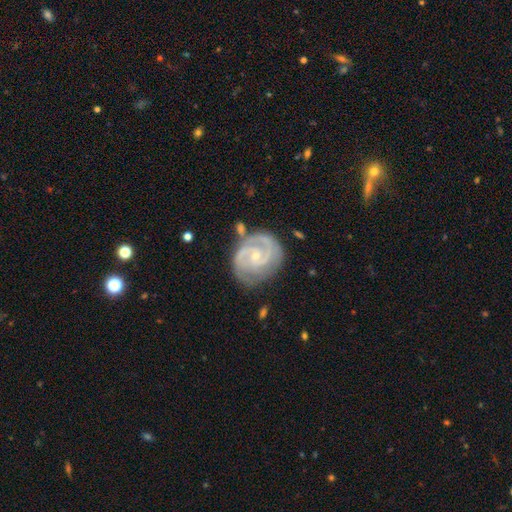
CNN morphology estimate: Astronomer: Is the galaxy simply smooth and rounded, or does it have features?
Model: featured or disk — 90%.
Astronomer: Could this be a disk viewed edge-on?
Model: no — 98%.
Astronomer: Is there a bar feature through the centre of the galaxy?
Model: no — 55% (runner-up: weak, 37%).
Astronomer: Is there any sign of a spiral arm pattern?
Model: yes — 98%.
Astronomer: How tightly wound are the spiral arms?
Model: tight — 61%.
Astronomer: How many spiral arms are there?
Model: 2 — 73%.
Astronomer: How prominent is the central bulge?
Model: small — 74%.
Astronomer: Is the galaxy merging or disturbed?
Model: none — 69%.